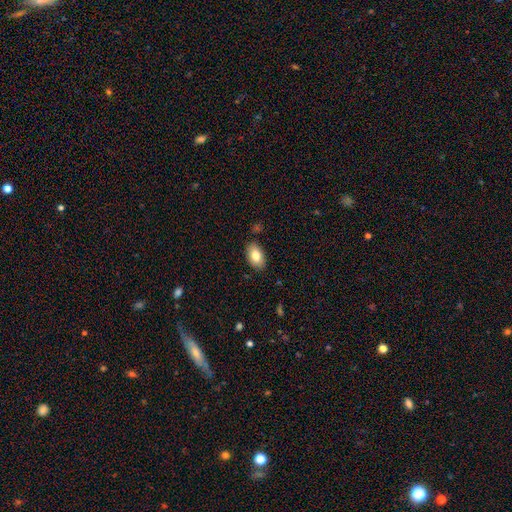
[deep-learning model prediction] A smooth galaxy with no disk features (82%) that is in between round and cigar-shaped (93%).

Vote fractions:
- Smooth or featured? smooth: 82% / featured or disk: 11% / star or artifact: 7%
- How rounded? in between: 93% / round: 6% / cigar-shaped: 2%
- Merging? none: 85% / minor disturbance: 11% / major disturbance: 2% / merger: 2%